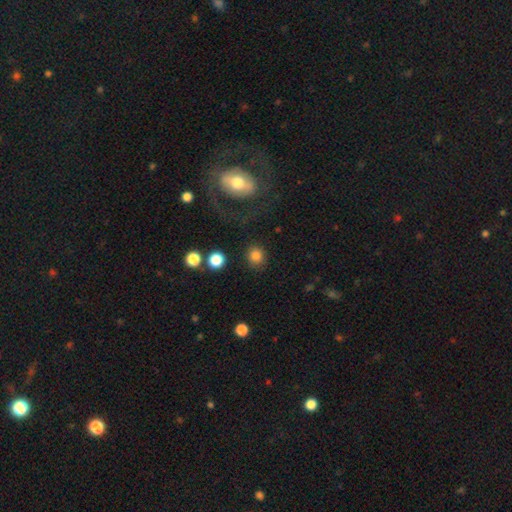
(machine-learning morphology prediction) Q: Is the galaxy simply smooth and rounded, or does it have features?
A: smooth — 83%.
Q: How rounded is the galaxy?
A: round — 85%.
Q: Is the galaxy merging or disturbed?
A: none — 85%.